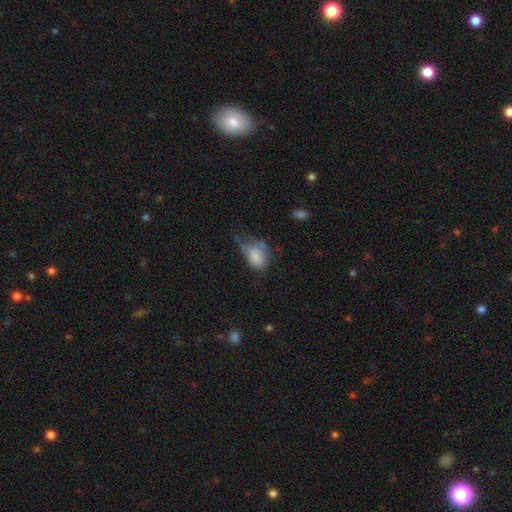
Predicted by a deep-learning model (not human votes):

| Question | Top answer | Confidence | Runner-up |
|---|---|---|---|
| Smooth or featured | smooth | 75% | featured or disk (16%) |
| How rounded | in between | 82% | round (17%) |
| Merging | minor disturbance | 37% | major disturbance (32%) |